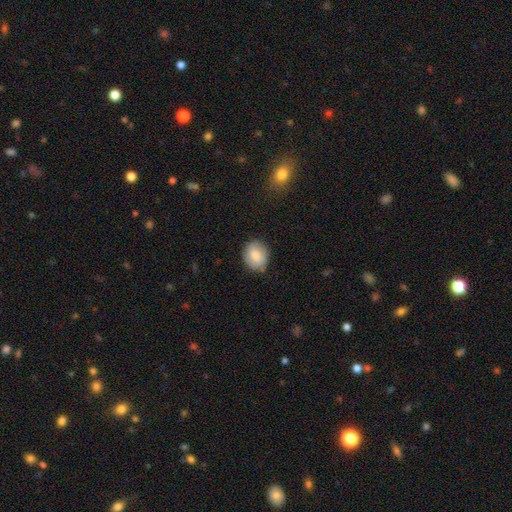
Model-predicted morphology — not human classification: smooth_or_featured: smooth (p=0.79) [alt: featured or disk p=0.13]
how_rounded: round (p=0.72) [alt: in between p=0.27]
merging: none (p=0.79) [alt: minor disturbance p=0.17]